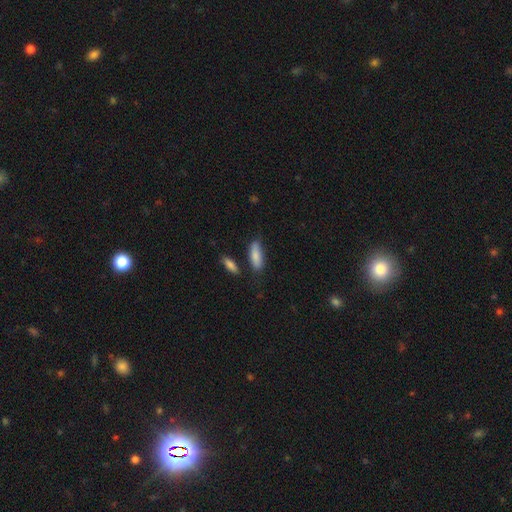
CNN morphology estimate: Smooth or featured? smooth (85%)
How rounded? in between (59%)
Merging? none (74%)